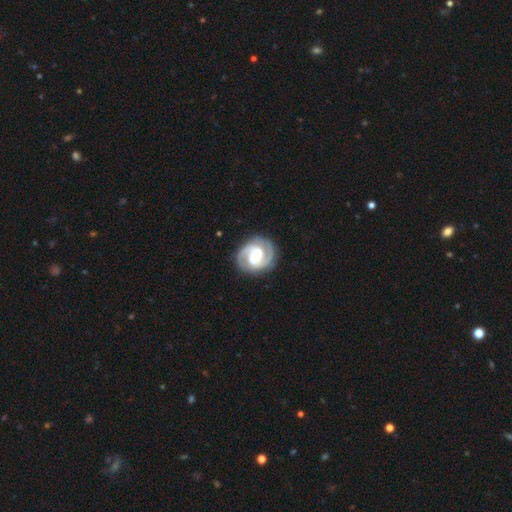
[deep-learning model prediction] Overall: featured or disk (90%). Edge-on disk: no (98%). Bar: weak (47%; strong 32%). Spiral arms: yes (98%). Spiral arm count: 2 (93%). Spiral winding: tight (47%; medium 45%). Bulge size: moderate (49%; small 23%). Merging: none (85%).